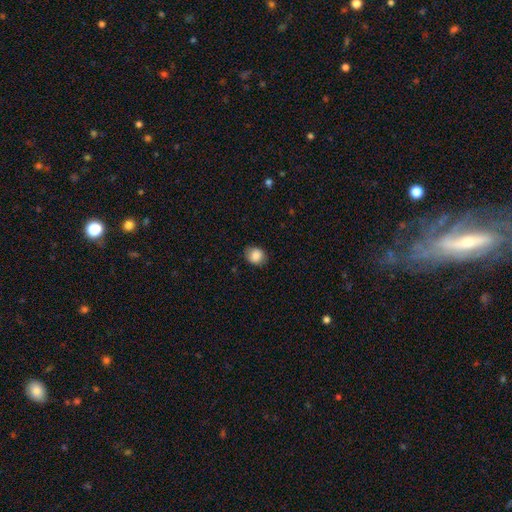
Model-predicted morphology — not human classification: Smooth or featured? Predicted: smooth (p=0.85). How rounded? Predicted: round (p=0.65). Merging? Predicted: none (p=0.83).